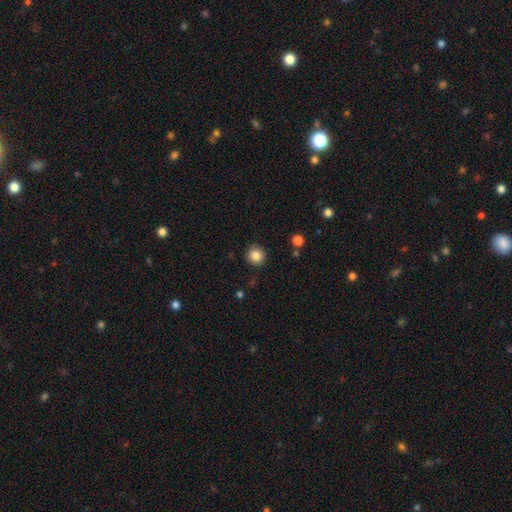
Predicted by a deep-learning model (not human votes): smooth_or_featured: smooth (p=0.85) [alt: star or artifact p=0.10]
how_rounded: round (p=0.94) [alt: in between p=0.06]
merging: none (p=0.90) [alt: minor disturbance p=0.06]